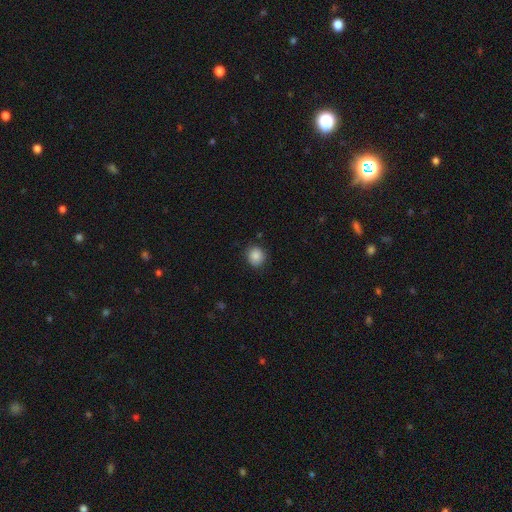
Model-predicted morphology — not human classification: A smooth galaxy with no disk features (87%) that is round (82%). Merging: none (84%).